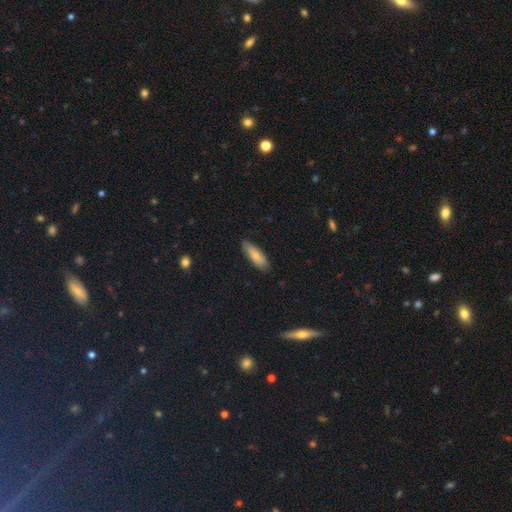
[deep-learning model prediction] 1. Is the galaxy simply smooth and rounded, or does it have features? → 77% smooth, 17% featured or disk, 6% star or artifact.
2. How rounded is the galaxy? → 59% in between, 40% cigar-shaped, 2% round.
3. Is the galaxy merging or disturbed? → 80% none, 16% minor disturbance, 3% major disturbance, 1% merger.